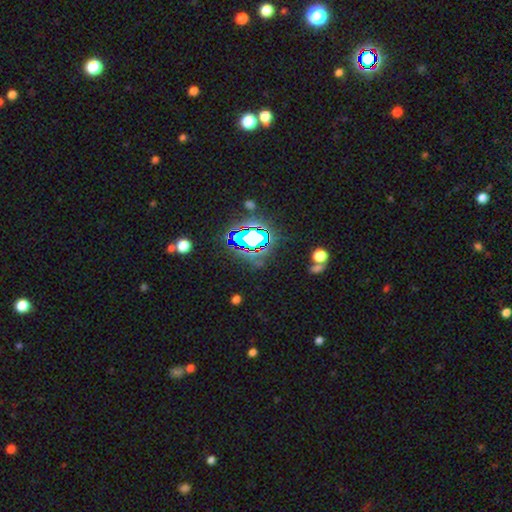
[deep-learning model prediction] This appears to be a star or artifact, not a galaxy (81%).